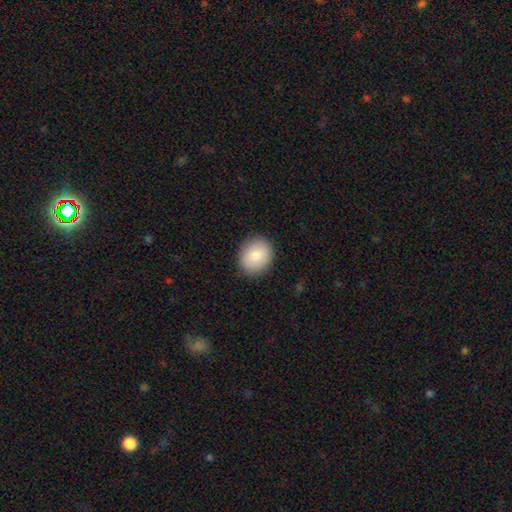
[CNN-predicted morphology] type=smooth (83%); roundness=round (62%); merging=none (88%).